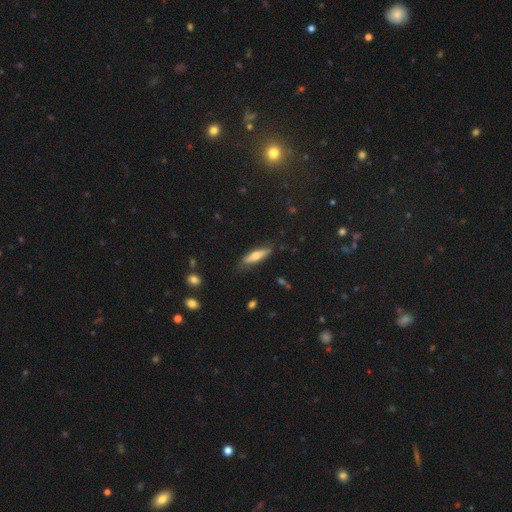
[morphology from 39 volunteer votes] type=featured or disk (51%); edge-on=yes (90%); edge-on bulge=rounded (89%); merging=none (74%).